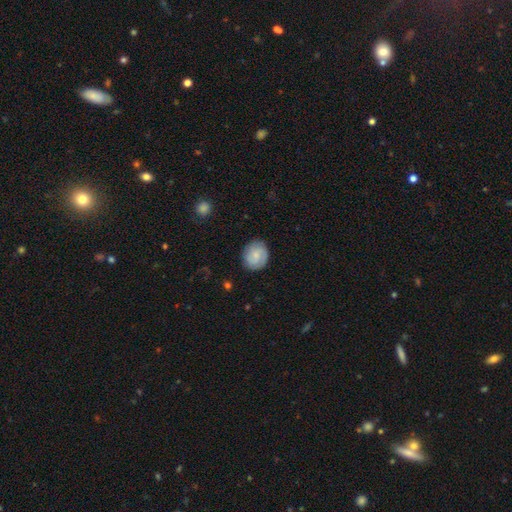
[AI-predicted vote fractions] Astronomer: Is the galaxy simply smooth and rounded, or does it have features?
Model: smooth — 62%.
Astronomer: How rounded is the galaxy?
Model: round — 68%.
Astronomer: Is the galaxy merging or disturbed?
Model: none — 83%.